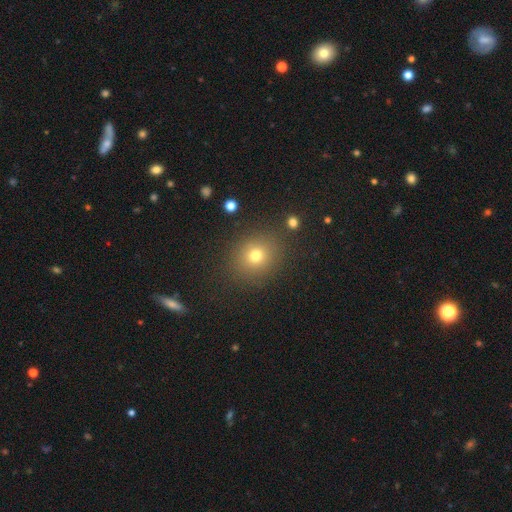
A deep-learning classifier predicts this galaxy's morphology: Smooth or featured? Predicted: smooth (p=0.73). How rounded? Predicted: round (p=0.76). Merging? Predicted: none (p=0.86).